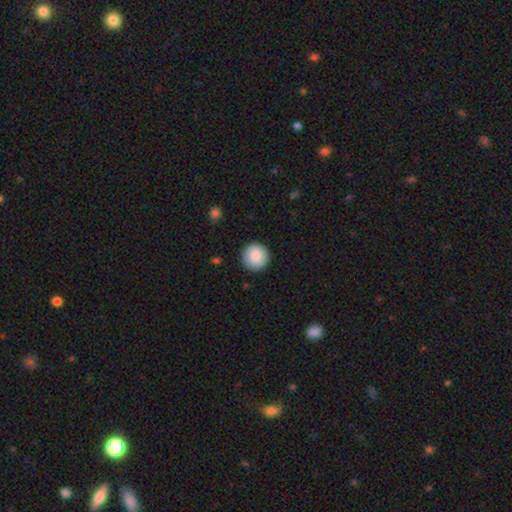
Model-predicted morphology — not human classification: Smooth or featured: smooth — 88% (star or artifact — 7%)
How rounded: round — 94% (in between — 5%)
Merging: none — 90% (minor disturbance — 7%)